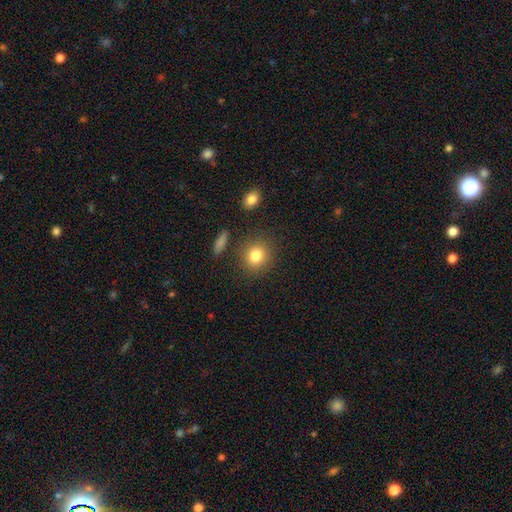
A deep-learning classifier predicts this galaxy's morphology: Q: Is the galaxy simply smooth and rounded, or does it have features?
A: smooth — 82%.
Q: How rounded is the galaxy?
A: round — 82%.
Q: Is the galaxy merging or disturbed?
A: none — 85%.